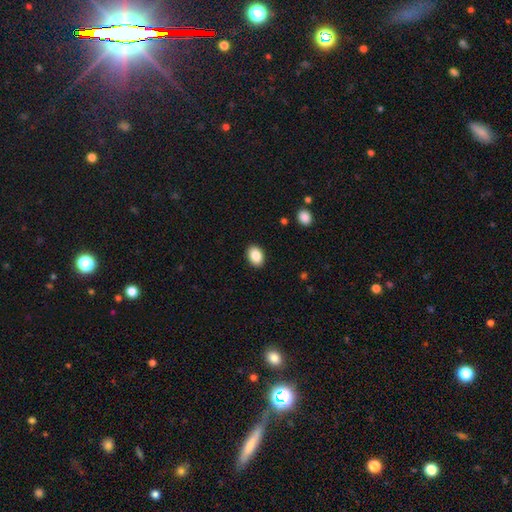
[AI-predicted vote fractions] A smooth galaxy with no disk features (88%) that is in between round and cigar-shaped (78%).

Vote fractions:
- Smooth or featured? smooth: 88% / star or artifact: 8% / featured or disk: 4%
- How rounded? in between: 78% / round: 21% / cigar-shaped: 1%
- Merging? none: 90% / minor disturbance: 7% / major disturbance: 2% / merger: 1%